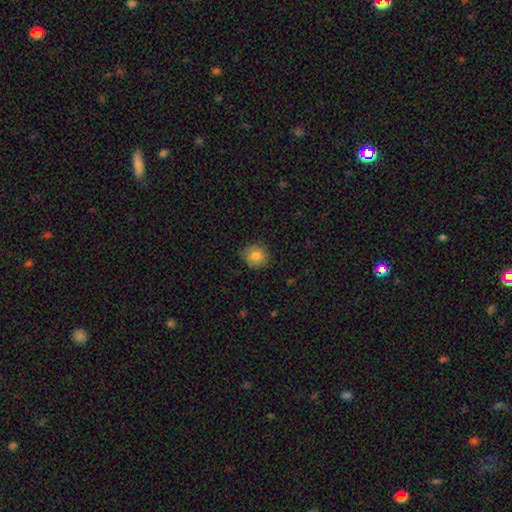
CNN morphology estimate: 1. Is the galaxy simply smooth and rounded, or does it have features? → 83% smooth, 9% star or artifact, 8% featured or disk.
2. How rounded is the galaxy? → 81% round, 18% in between, 1% cigar-shaped.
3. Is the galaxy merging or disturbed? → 81% none, 15% minor disturbance, 3% major disturbance, 1% merger.